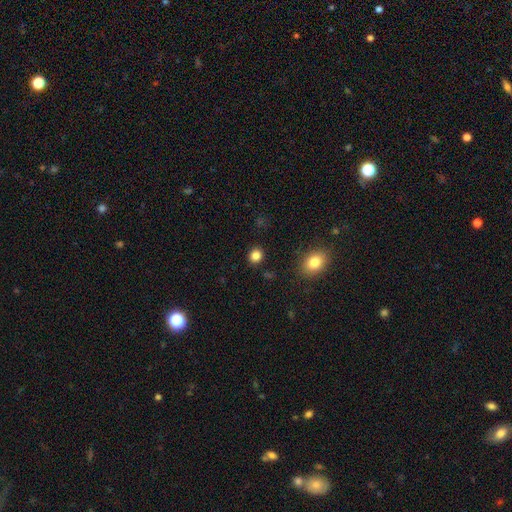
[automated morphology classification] A smooth galaxy with no disk features (84%) that is round (75%).

Vote fractions:
- Smooth or featured? smooth: 84% / star or artifact: 12% / featured or disk: 4%
- How rounded? round: 75% / in between: 24% / cigar-shaped: 1%
- Merging? none: 90% / minor disturbance: 7% / major disturbance: 2% / merger: 2%